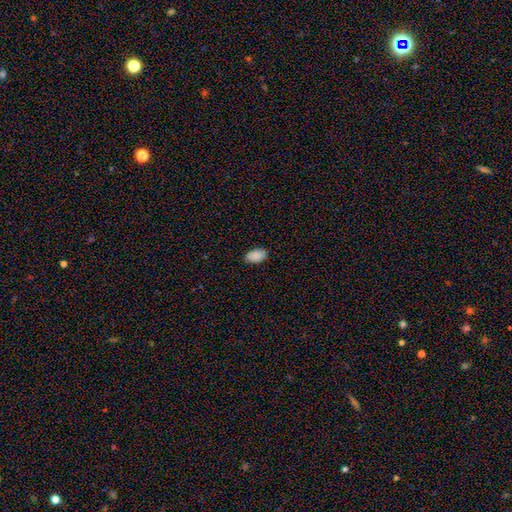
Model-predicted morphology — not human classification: smooth_or_featured: smooth (p=0.90) [alt: star or artifact p=0.07]
how_rounded: in between (p=0.94) [alt: round p=0.05]
merging: none (p=0.85) [alt: minor disturbance p=0.12]